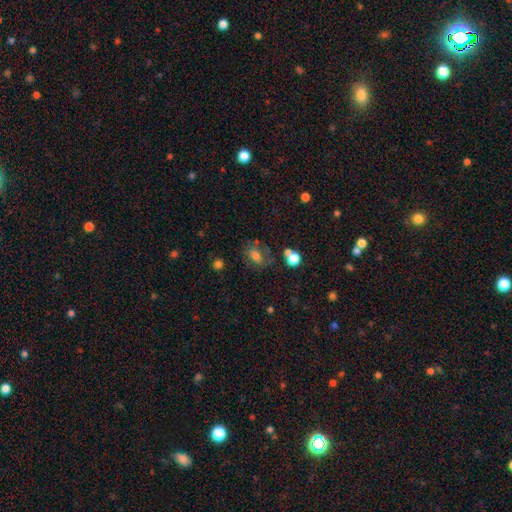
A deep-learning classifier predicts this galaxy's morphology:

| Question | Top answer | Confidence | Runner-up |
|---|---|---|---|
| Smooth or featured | smooth | 66% | featured or disk (20%) |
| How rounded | in between | 72% | round (26%) |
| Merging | none | 61% | minor disturbance (20%) |